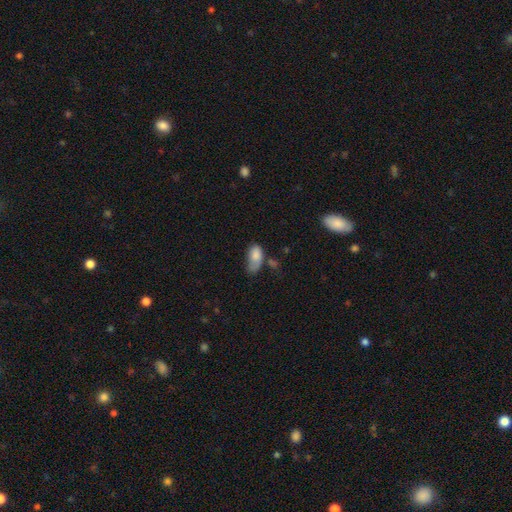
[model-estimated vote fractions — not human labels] smooth 77%, featured or disk 15%, star or artifact 8%. Down the decision tree: how rounded — in between (91%); merging — minor disturbance (32%).